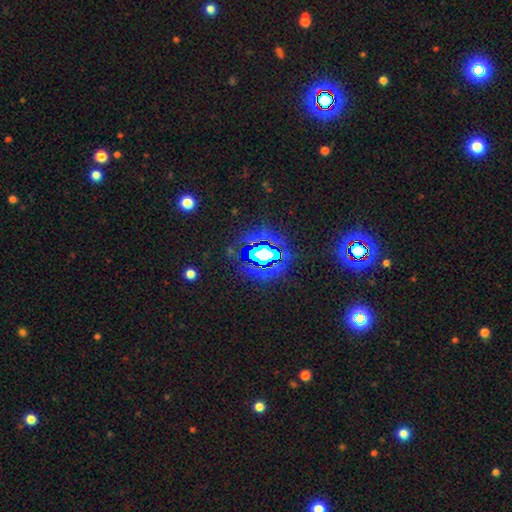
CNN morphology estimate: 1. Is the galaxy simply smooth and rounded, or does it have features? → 83% star or artifact, 10% smooth, 7% featured or disk.